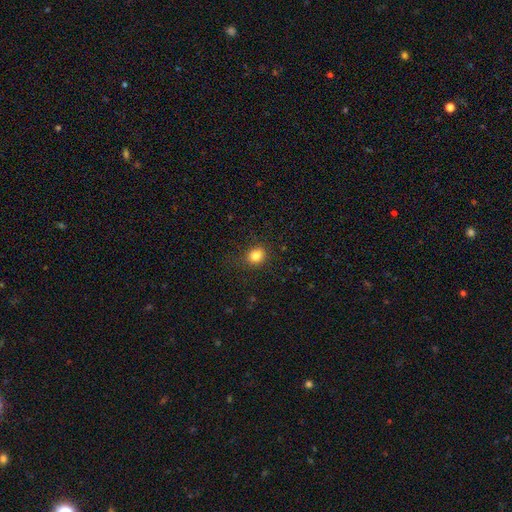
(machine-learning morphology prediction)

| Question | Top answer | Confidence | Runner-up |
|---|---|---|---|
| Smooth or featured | smooth | 82% | star or artifact (12%) |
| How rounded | round | 70% | in between (29%) |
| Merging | none | 83% | minor disturbance (12%) |